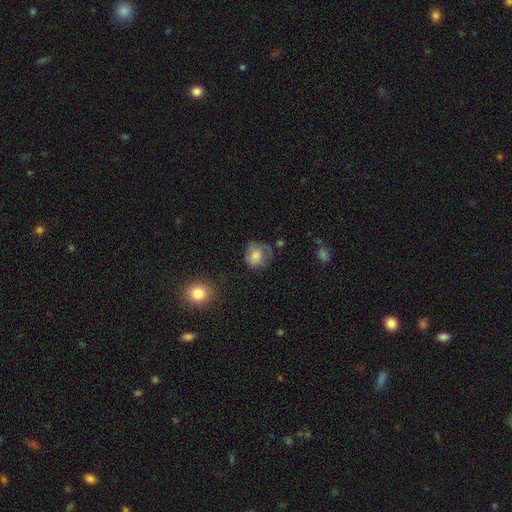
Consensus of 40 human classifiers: Smooth or featured?
  - smooth: 72% *
  - featured or disk: 22%
  - star or artifact: 5%
How rounded?
  - round: 83% *
  - in between: 17%
  - cigar-shaped: 0%
Merging?
  - minor disturbance: 45% *
  - none: 37%
  - major disturbance: 16%
  - merger: 3%